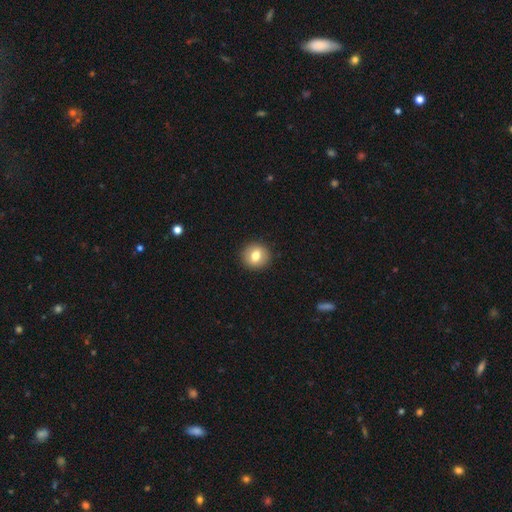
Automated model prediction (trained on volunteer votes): smooth-or-featured: smooth: 76% | featured or disk: 15% | star or artifact: 9%
  how-rounded: round: 90% | in between: 9% | cigar-shaped: 1%
  merging: none: 92% | minor disturbance: 5% | major disturbance: 2% | merger: 1%